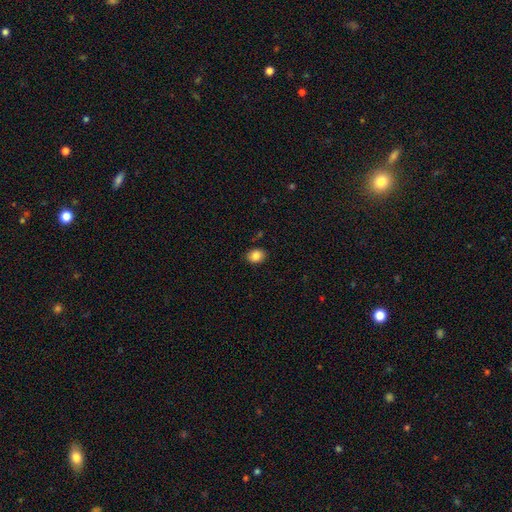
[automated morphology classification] Smooth or featured? Predicted: smooth (p=0.85). How rounded? Predicted: in between (p=0.57). Merging? Predicted: none (p=0.86).